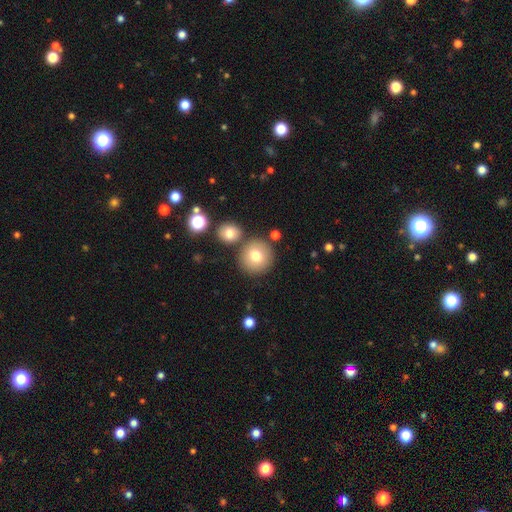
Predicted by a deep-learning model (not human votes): Smooth or featured?
  - smooth: 76% *
  - featured or disk: 14%
  - star or artifact: 10%
How rounded?
  - round: 93% *
  - in between: 6%
  - cigar-shaped: 1%
Merging?
  - none: 77% *
  - merger: 12%
  - minor disturbance: 8%
  - major disturbance: 3%